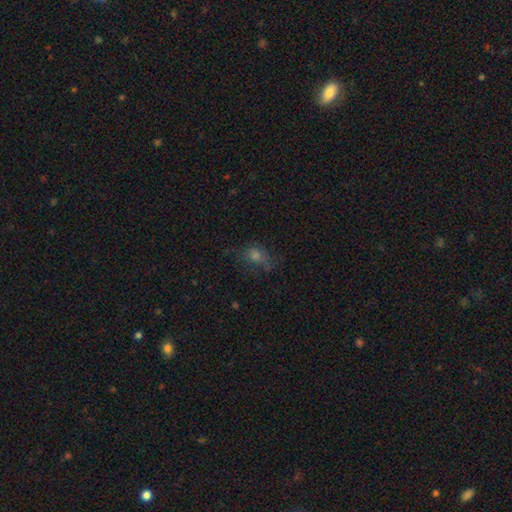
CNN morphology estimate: This appears to be a smooth galaxy with no disk features (54%) that is in between round and cigar-shaped (57%). Merging: none (57%).